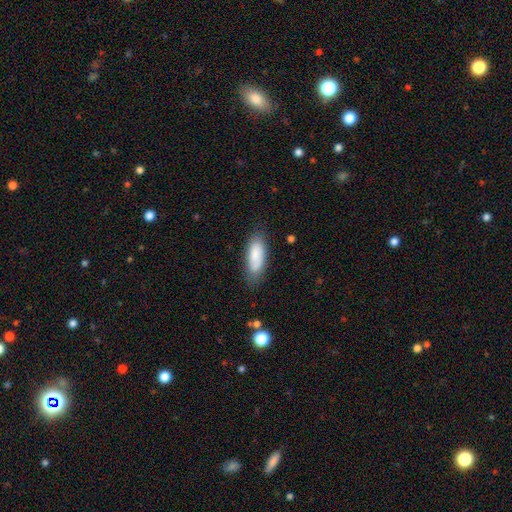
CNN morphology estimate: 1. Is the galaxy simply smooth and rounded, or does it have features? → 76% smooth, 18% featured or disk, 7% star or artifact.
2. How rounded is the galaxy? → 80% in between, 18% cigar-shaped, 2% round.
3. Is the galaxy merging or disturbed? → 71% none, 21% minor disturbance, 6% major disturbance, 2% merger.